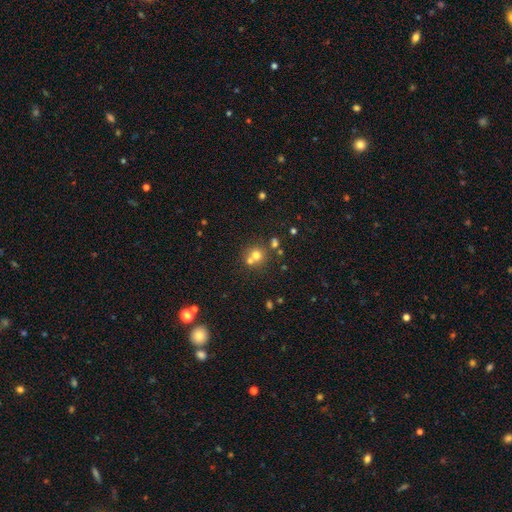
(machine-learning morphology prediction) A smooth galaxy with no disk features (67%) that is round (87%).

Vote fractions:
- Smooth or featured? smooth: 67% / star or artifact: 18% / featured or disk: 16%
- How rounded? round: 87% / in between: 13% / cigar-shaped: 1%
- Merging? none: 50% / merger: 40% / minor disturbance: 7% / major disturbance: 3%